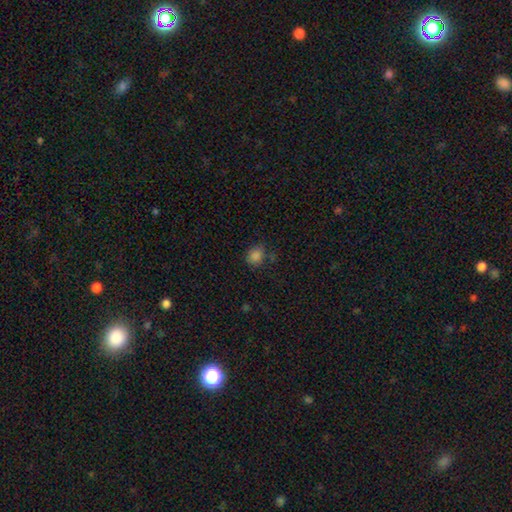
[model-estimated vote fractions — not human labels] smooth_or_featured: smooth (p=0.82) [alt: star or artifact p=0.14]
how_rounded: round (p=0.61) [alt: in between p=0.38]
merging: none (p=0.69) [alt: minor disturbance p=0.21]